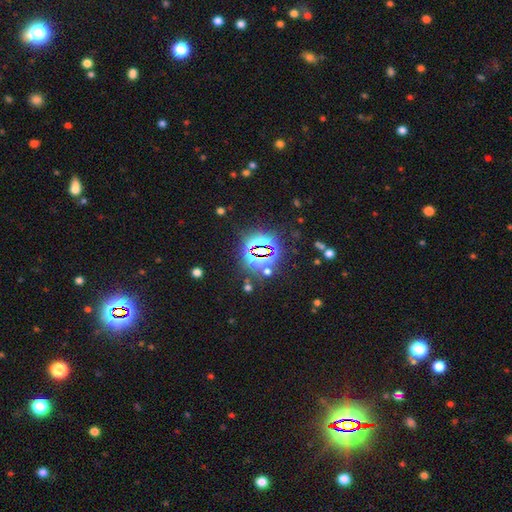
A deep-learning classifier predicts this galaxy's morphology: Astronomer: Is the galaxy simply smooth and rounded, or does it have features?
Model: star or artifact — 83%.